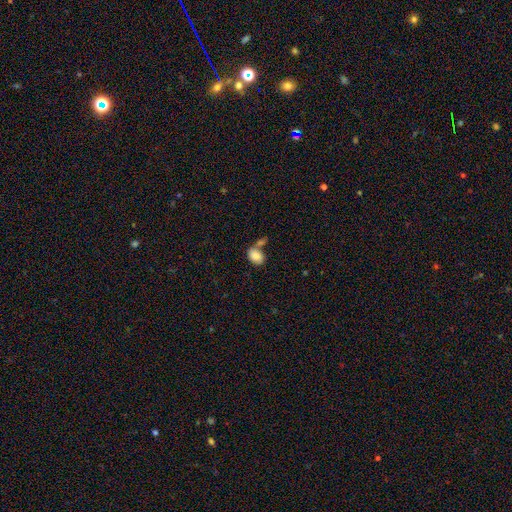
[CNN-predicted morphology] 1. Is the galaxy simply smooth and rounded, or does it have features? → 81% smooth, 10% featured or disk, 8% star or artifact.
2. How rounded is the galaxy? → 78% in between, 21% round, 1% cigar-shaped.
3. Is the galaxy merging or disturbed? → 41% merger, 36% none, 15% minor disturbance, 8% major disturbance.